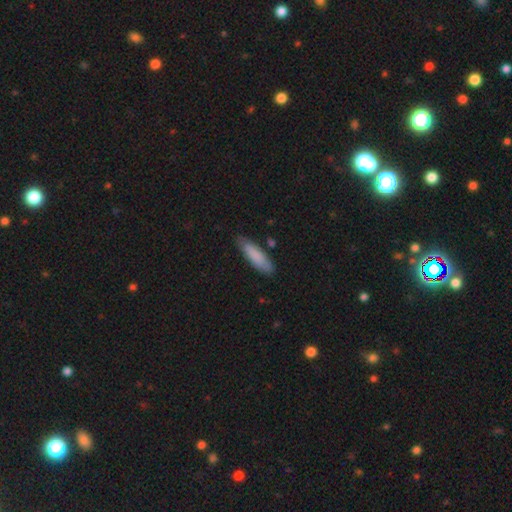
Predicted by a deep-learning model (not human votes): Morphology: type=smooth (83%); roundness=cigar-shaped (59%); merging=none (79%).